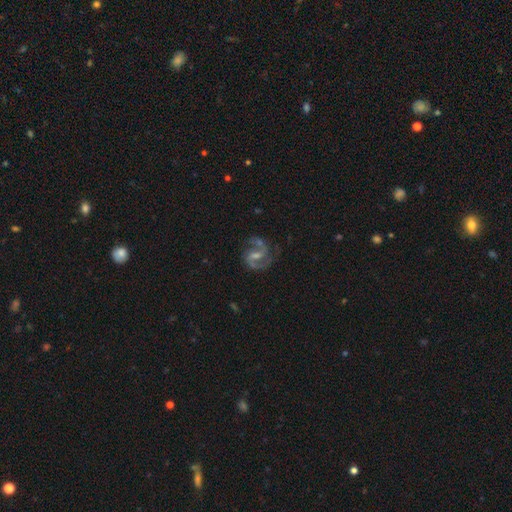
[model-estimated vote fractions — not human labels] Q: Smooth or featured?
A: featured or disk (87%); runner-up: star or artifact (7%)
Q: Edge-on disk?
A: no (98%); runner-up: yes (2%)
Q: Bar?
A: weak (53%); runner-up: strong (27%)
Q: Spiral arms?
A: yes (97%); runner-up: no (3%)
Q: Spiral winding?
A: medium (60%); runner-up: loose (22%)
Q: Spiral arm count?
A: 2 (89%); runner-up: can't tell (3%)
Q: Bulge size?
A: small (51%); runner-up: moderate (37%)
Q: Merging?
A: none (72%); runner-up: minor disturbance (15%)